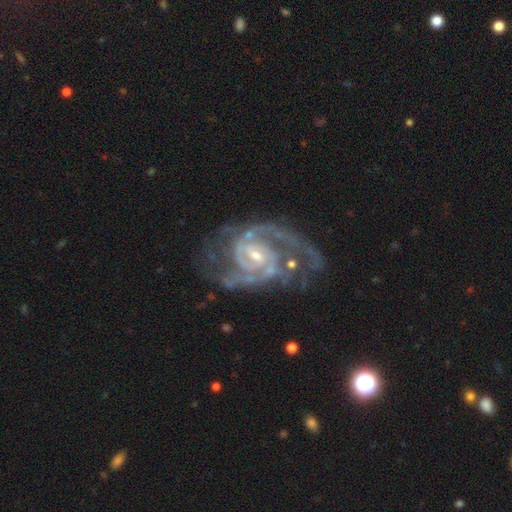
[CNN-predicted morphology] Smooth or featured? Predicted: featured or disk (p=0.92). Edge-on disk? Predicted: no (p=0.98). Bar? Predicted: weak (p=0.50). Spiral arms? Predicted: yes (p=0.98). Spiral winding? Predicted: medium (p=0.47). Spiral arm count? Predicted: 2 (p=0.62). Bulge size? Predicted: small (p=0.60). Merging? Predicted: none (p=0.60).